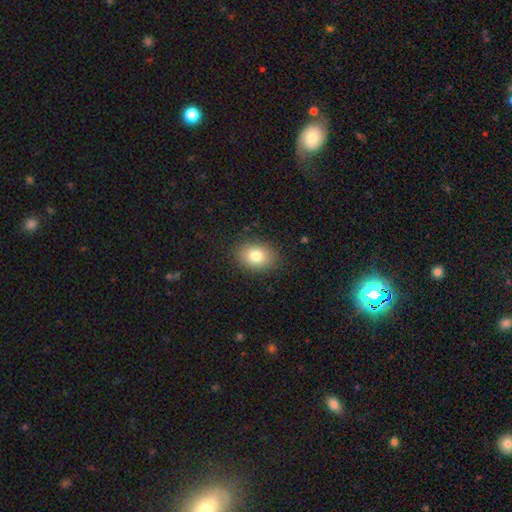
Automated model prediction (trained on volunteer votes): This appears to be a smooth galaxy with no disk features (81%) that is in between round and cigar-shaped (72%). Merging: none (87%).